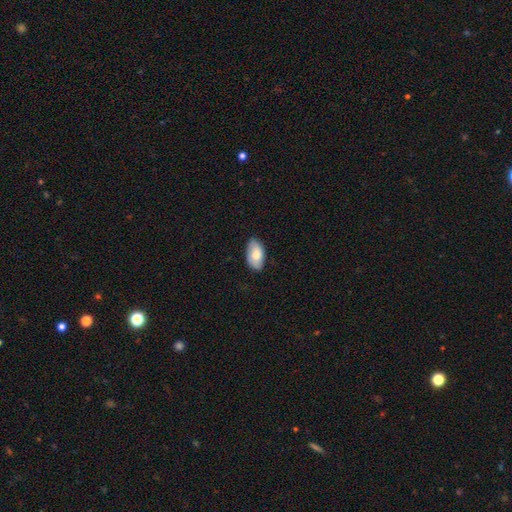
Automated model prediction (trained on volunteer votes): The model was most divided on "smooth or featured": smooth: 75%, featured or disk: 18%, star or artifact: 6%. More confident: how rounded — in between (95%); merging — none (80%).